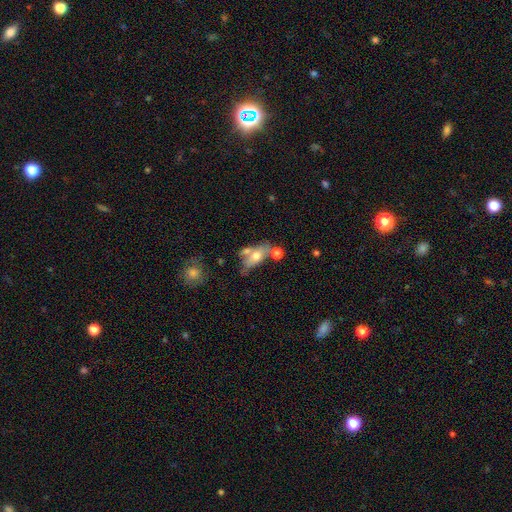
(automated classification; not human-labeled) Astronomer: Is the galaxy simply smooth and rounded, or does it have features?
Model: smooth — 57% (runner-up: featured or disk, 34%).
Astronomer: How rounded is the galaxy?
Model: in between — 75%.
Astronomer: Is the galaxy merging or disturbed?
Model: none — 38% (runner-up: merger, 35%).